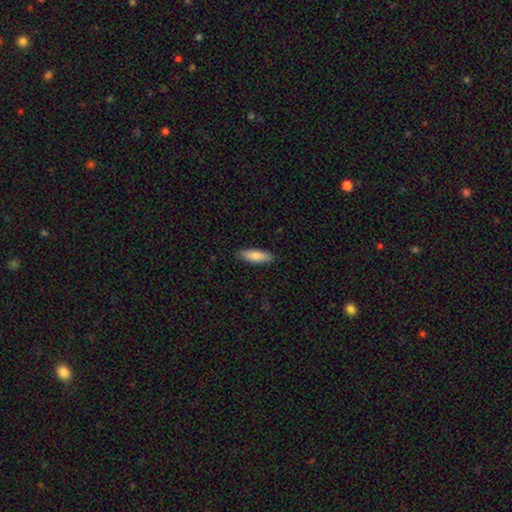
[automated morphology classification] Smooth or featured? Predicted: smooth (p=0.84). How rounded? Predicted: in between (p=0.50). Merging? Predicted: none (p=0.88).